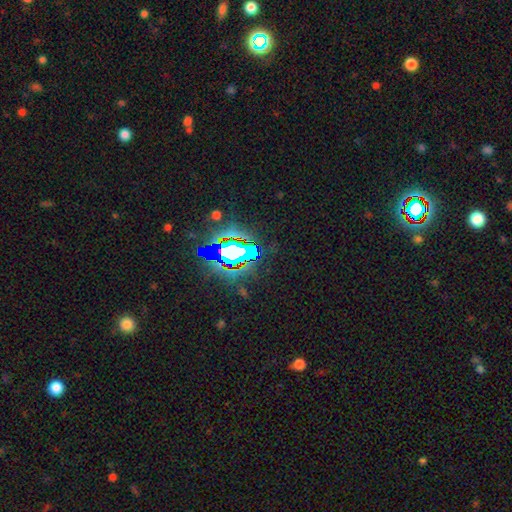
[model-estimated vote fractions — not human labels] Smooth or featured?
  - star or artifact: 71% *
  - featured or disk: 15%
  - smooth: 15%